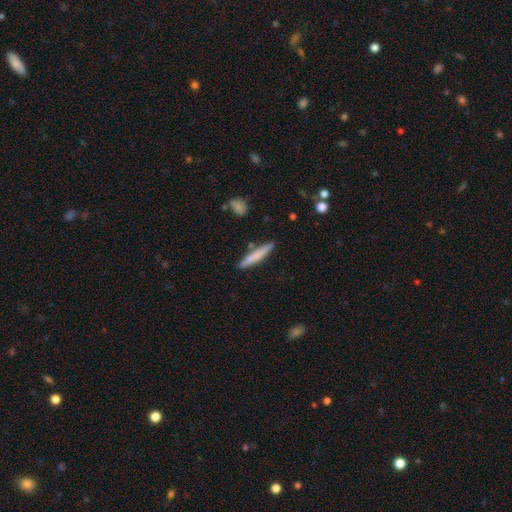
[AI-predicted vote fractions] smooth 70%, featured or disk 24%, star or artifact 6%. Down the decision tree: how rounded — cigar-shaped (94%); merging — none (87%).